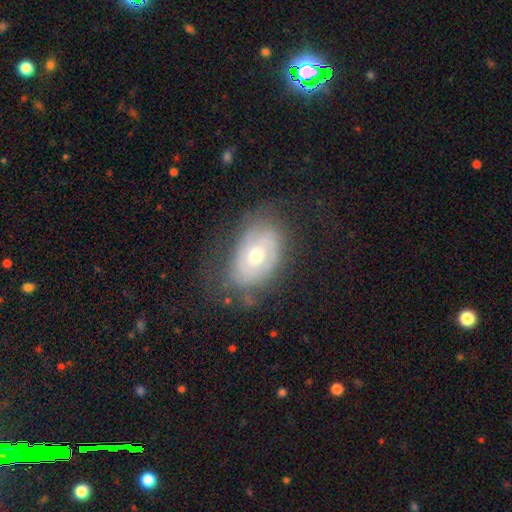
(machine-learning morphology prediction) Smooth or featured? featured or disk (66%)
Edge-on disk? no (94%)
Bar? no (68%)
Spiral arms? yes (72%)
Bulge size? moderate (69%)
Merging? none (63%)